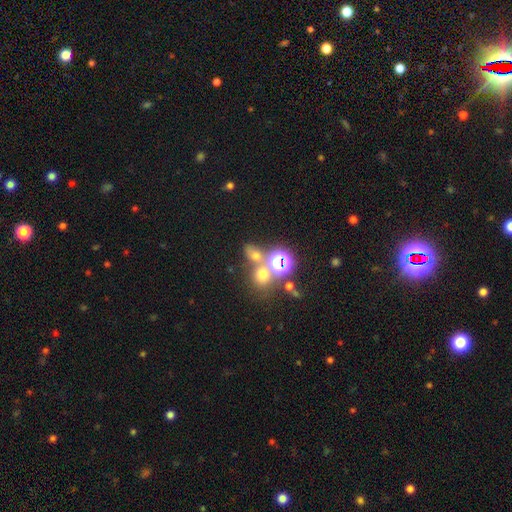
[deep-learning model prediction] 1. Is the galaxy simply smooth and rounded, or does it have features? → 53% smooth, 36% star or artifact, 11% featured or disk.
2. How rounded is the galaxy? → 58% round, 39% in between, 3% cigar-shaped.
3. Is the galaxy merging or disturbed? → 51% none, 33% merger, 10% minor disturbance, 6% major disturbance.